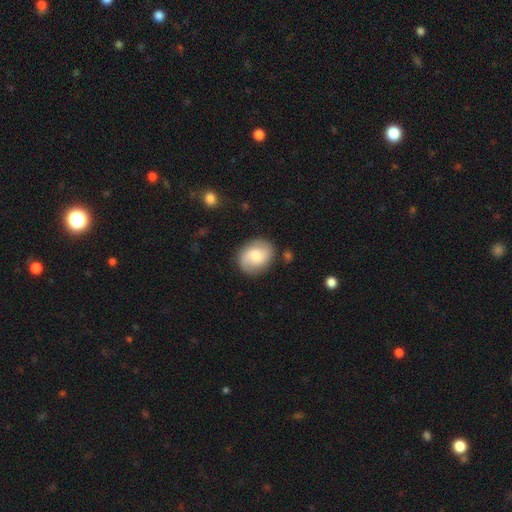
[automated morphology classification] smooth_or_featured: smooth (p=0.49) [alt: featured or disk p=0.44]
merging: none (p=0.81) [alt: minor disturbance p=0.13]